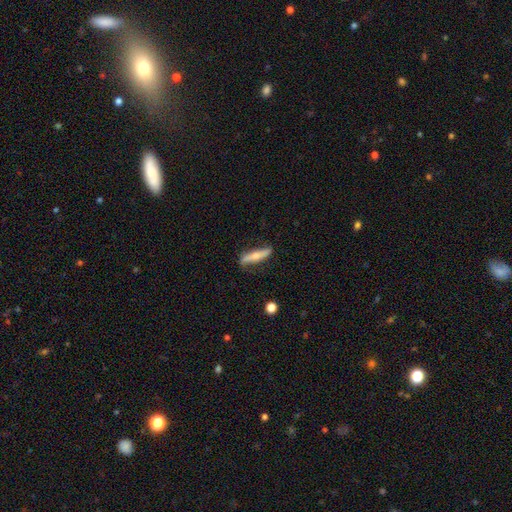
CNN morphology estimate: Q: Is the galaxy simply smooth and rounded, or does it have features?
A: featured or disk — 47%, tied with smooth.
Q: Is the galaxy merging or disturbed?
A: none — 76%.